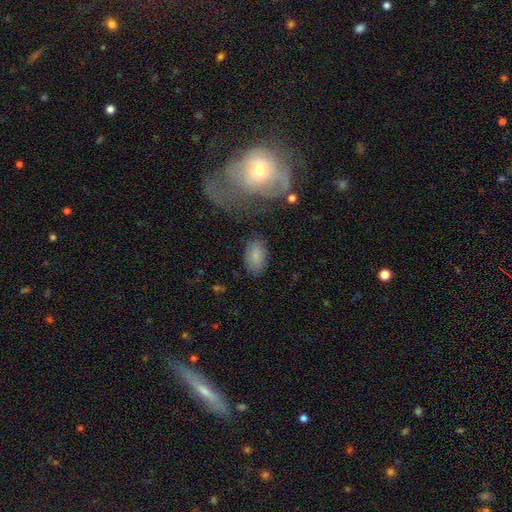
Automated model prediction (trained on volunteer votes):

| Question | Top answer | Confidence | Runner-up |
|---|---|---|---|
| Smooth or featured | smooth | 83% | featured or disk (9%) |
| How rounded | in between | 90% | round (8%) |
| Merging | none | 79% | minor disturbance (13%) |